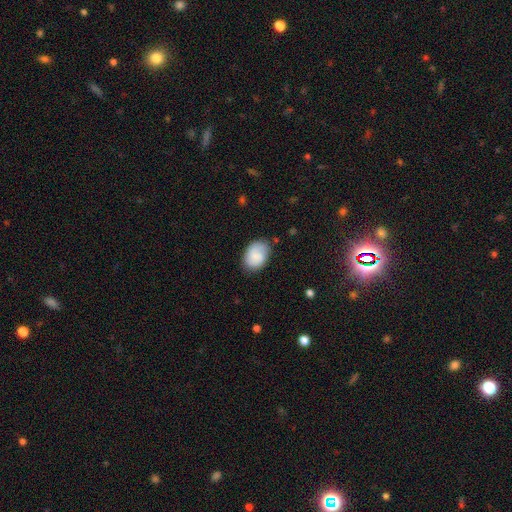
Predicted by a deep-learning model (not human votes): This appears to be a smooth galaxy with no disk features (80%) that is in between round and cigar-shaped (78%). Merging: none (71%).